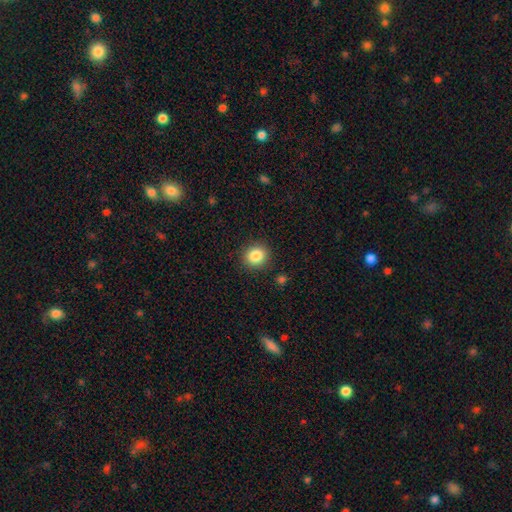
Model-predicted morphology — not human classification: This is clearly a smooth galaxy (85%). How rounded: clearly round (86%). Merging: clearly none (89%).